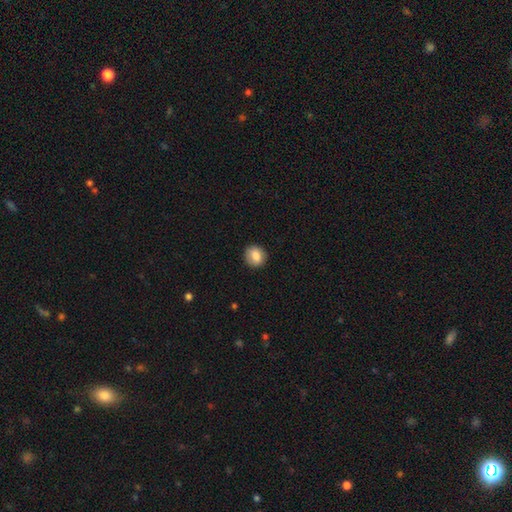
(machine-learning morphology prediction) type=smooth (81%); roundness=round (74%); merging=none (86%).